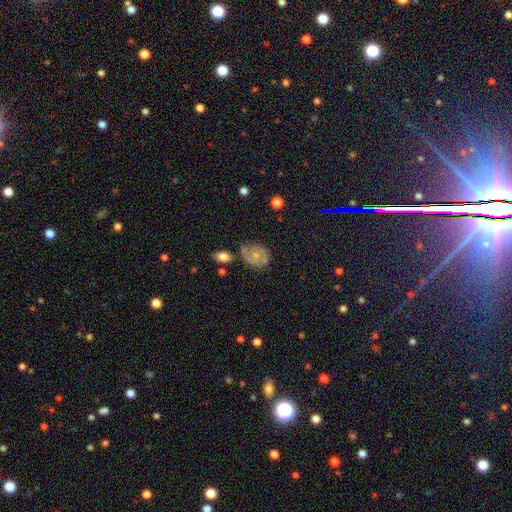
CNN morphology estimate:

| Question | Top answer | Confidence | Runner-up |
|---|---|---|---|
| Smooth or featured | featured or disk | 47% | smooth (43%) |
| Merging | none | 53% | minor disturbance (27%) |